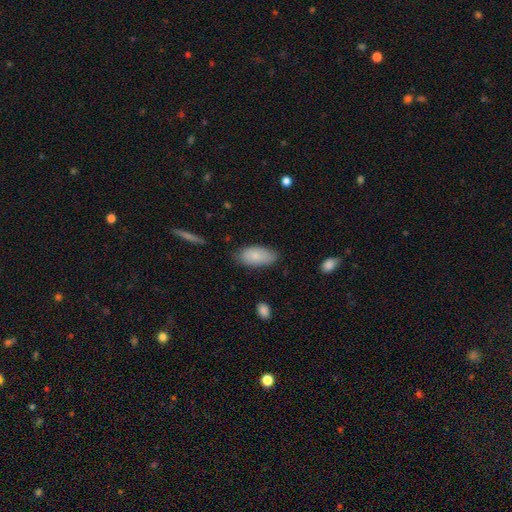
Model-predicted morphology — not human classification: A smooth galaxy with no disk features (82%) that is in between round and cigar-shaped (92%).

Vote fractions:
- Smooth or featured? smooth: 82% / featured or disk: 12% / star or artifact: 6%
- How rounded? in between: 92% / cigar-shaped: 6% / round: 2%
- Merging? none: 76% / minor disturbance: 19% / major disturbance: 3% / merger: 2%